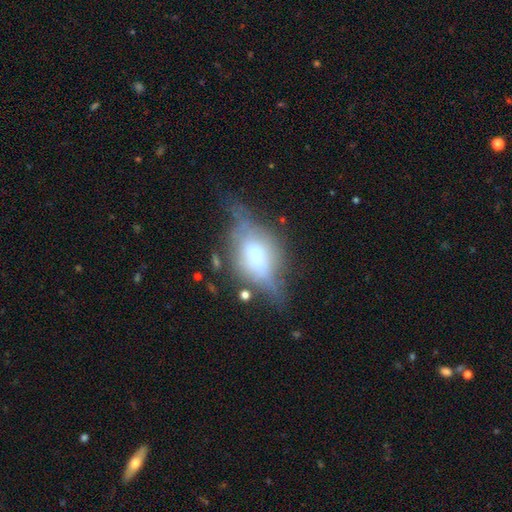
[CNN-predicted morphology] The model was most divided on "merging": none: 50%, minor disturbance: 27%, major disturbance: 20%, merger: 3%. More confident: edge-on disk — yes (75%); smooth or featured — featured or disk (62%).